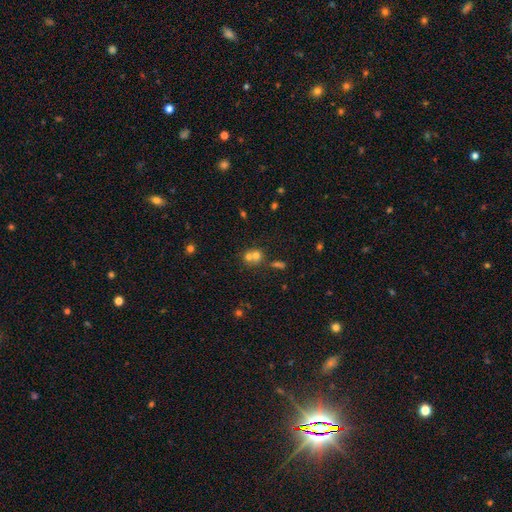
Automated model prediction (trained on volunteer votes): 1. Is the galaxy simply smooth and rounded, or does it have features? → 63% smooth, 20% featured or disk, 17% star or artifact.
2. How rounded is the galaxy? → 79% round, 20% in between, 1% cigar-shaped.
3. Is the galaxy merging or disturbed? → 57% merger, 34% none, 6% minor disturbance, 3% major disturbance.